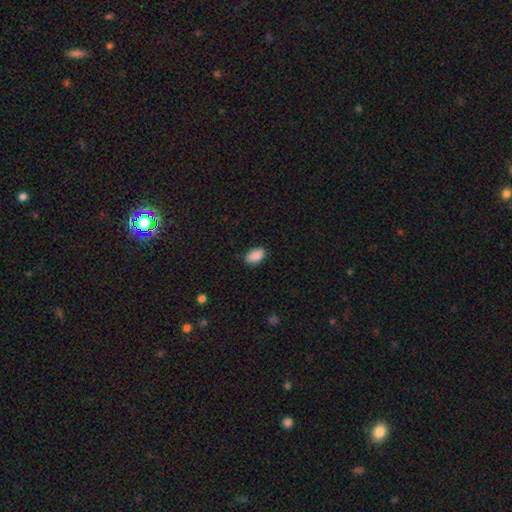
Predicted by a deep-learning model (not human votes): smooth 89%, star or artifact 7%, featured or disk 4%. Down the decision tree: how rounded — in between (92%); merging — none (86%).